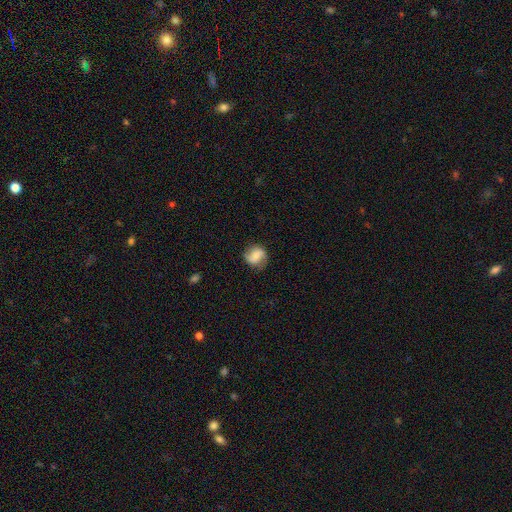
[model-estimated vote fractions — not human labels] smooth 55%, featured or disk 37%, star or artifact 9%. Down the decision tree: how rounded — round (73%); merging — none (74%).